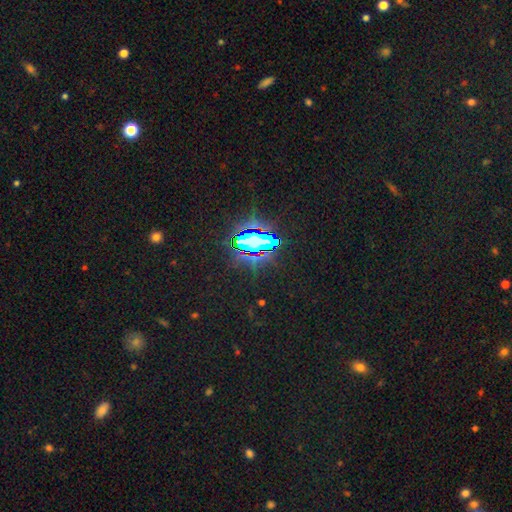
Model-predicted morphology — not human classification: Smooth or featured?
  - star or artifact: 77% *
  - smooth: 14%
  - featured or disk: 9%